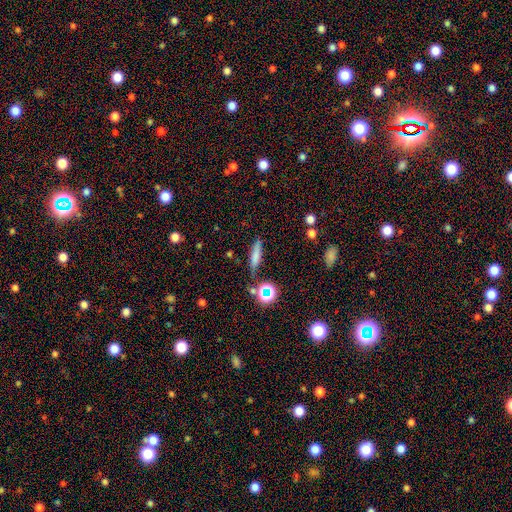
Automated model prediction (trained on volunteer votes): The model was most divided on "how rounded": cigar-shaped: 73%, in between: 22%, round: 5%. More confident: merging — none (75%); smooth or featured — smooth (69%).